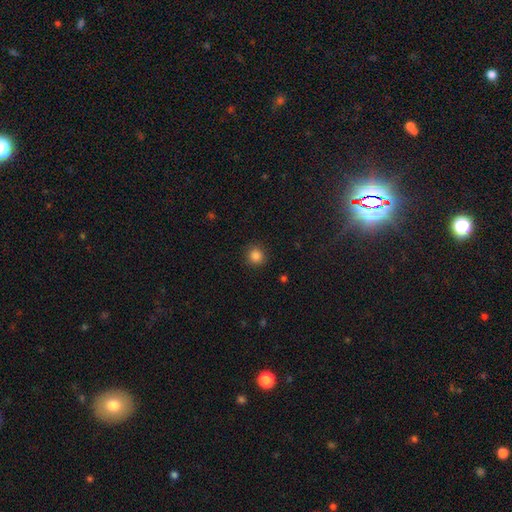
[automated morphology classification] A smooth galaxy with no disk features (85%) that is round (92%).

Vote fractions:
- Smooth or featured? smooth: 85% / star or artifact: 12% / featured or disk: 4%
- How rounded? round: 92% / in between: 8% / cigar-shaped: 1%
- Merging? none: 89% / minor disturbance: 7% / major disturbance: 3% / merger: 1%